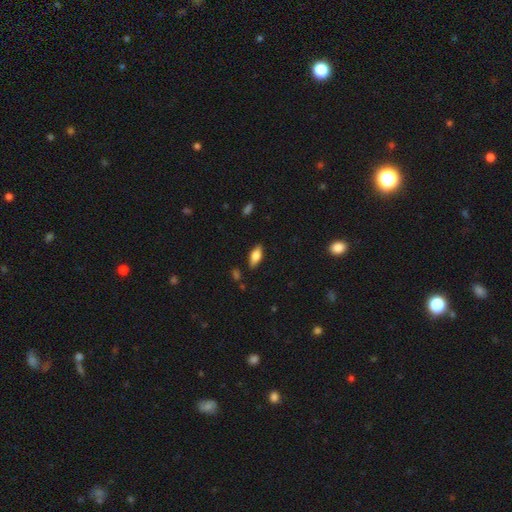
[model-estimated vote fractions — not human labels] Smooth or featured? smooth (75%)
How rounded? in between (83%)
Merging? none (85%)